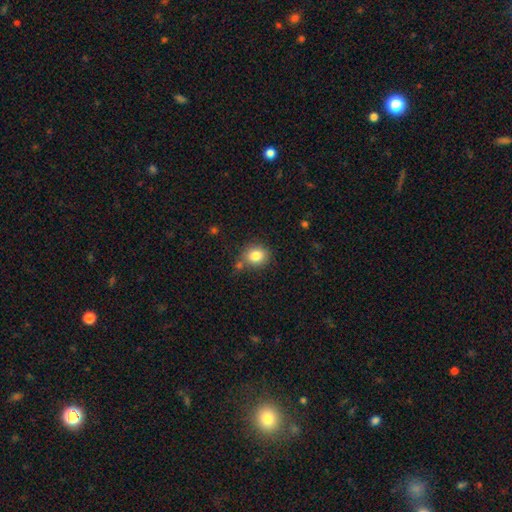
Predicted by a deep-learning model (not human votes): smooth 83%, star or artifact 10%, featured or disk 7%. Down the decision tree: how rounded — round (71%); merging — none (73%).